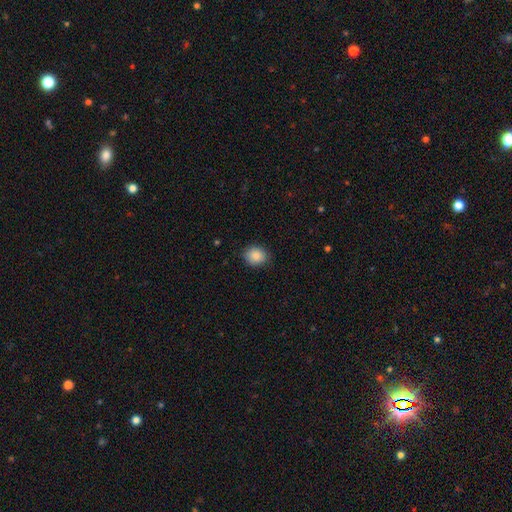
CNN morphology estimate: Overall: smooth (87%). How rounded: round (64%; in between 35%). Merging: none (86%).